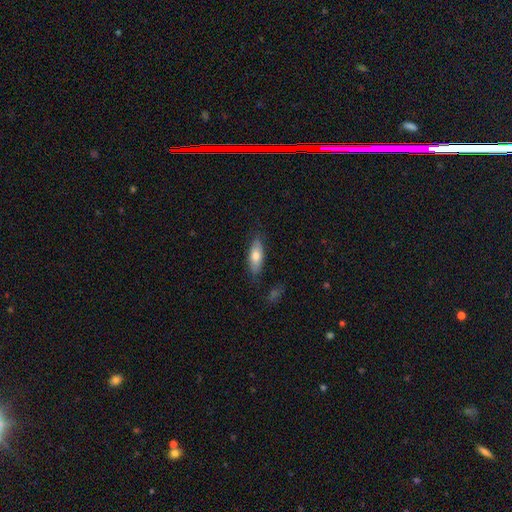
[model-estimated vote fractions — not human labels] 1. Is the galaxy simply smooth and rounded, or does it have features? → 73% smooth, 21% featured or disk, 6% star or artifact.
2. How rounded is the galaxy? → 70% in between, 28% cigar-shaped, 2% round.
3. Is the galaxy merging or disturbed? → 79% none, 15% minor disturbance, 3% major disturbance, 2% merger.